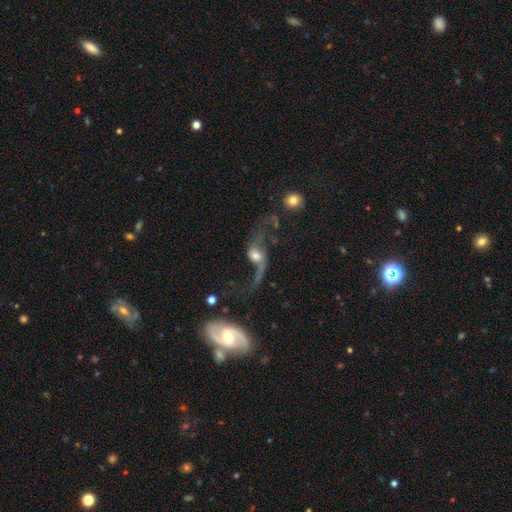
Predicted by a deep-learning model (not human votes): The model was most divided on "merging": major disturbance: 42%, none: 33%, minor disturbance: 14%, merger: 12%. More confident: spiral winding — loose (93%); edge-on disk — no (93%); spiral arms — yes (87%); spiral arm count — 2 (85%); smooth or featured — featured or disk (72%); bar — no (60%); bulge size — moderate (53%).